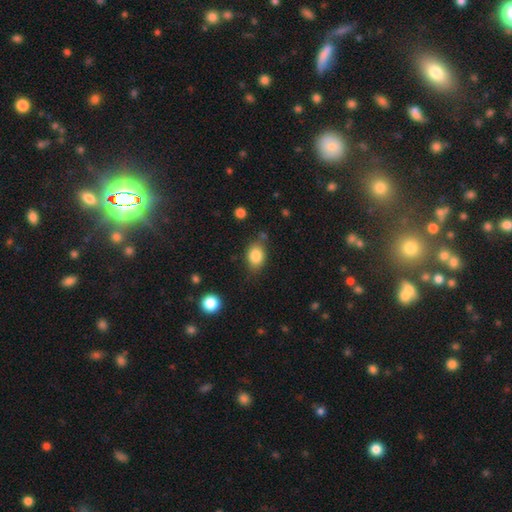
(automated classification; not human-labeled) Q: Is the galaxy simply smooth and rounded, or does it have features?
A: smooth — 84%.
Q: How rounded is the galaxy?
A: in between — 72%.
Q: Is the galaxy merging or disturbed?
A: none — 74%.